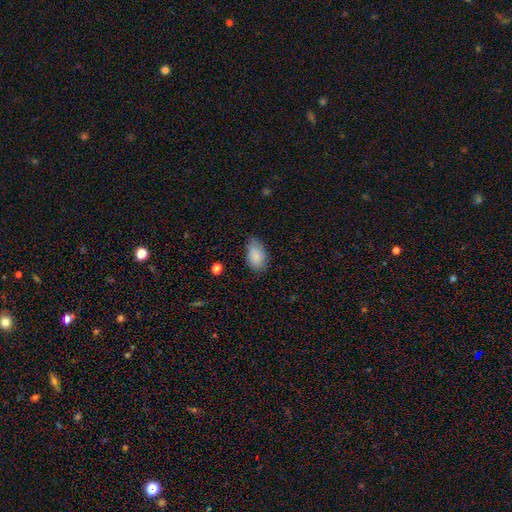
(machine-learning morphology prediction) A smooth galaxy with no disk features (84%) that is in between round and cigar-shaped (92%). Merging: none (65%).